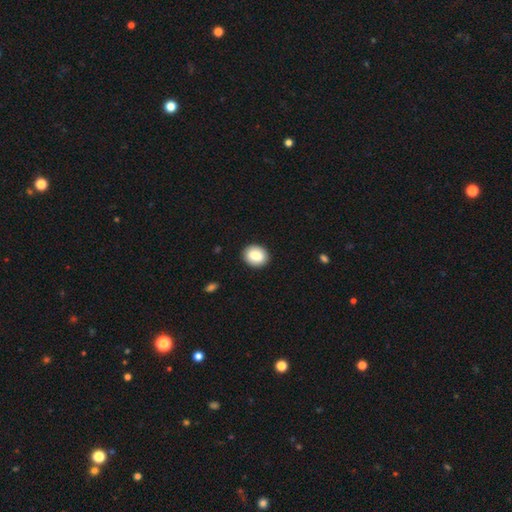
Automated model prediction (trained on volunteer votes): This appears to be a smooth galaxy with no disk features (85%) that is round (60%). Merging: none (91%).